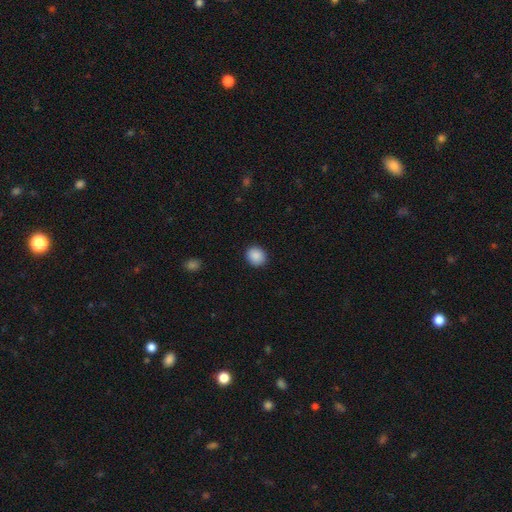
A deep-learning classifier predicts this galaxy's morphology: This appears to be a smooth galaxy with no disk features (89%) that is round (76%). Merging: none (91%).